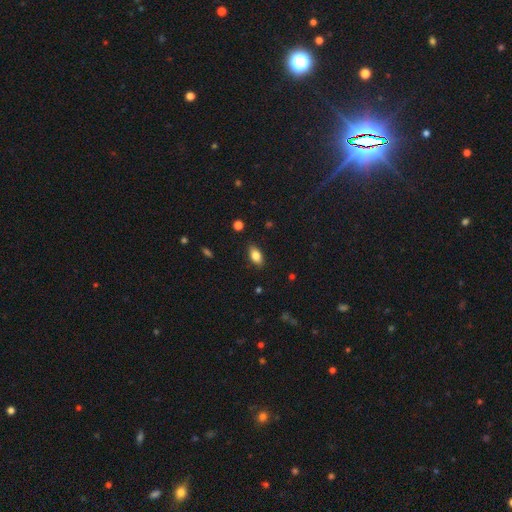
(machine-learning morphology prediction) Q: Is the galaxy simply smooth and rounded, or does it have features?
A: smooth — 82%.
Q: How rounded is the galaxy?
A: in between — 90%.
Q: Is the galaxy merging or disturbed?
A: none — 85%.